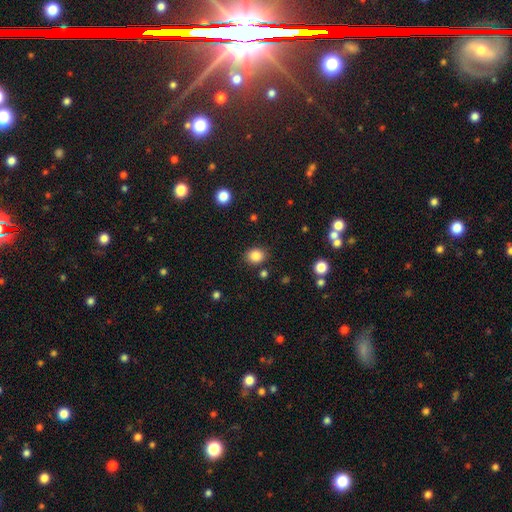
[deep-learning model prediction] The model was most divided on "how rounded": round: 65%, in between: 34%, cigar-shaped: 1%. More confident: smooth or featured — smooth (85%); merging — none (85%).